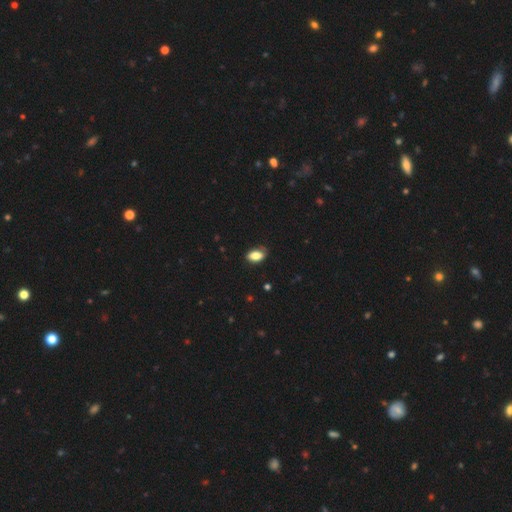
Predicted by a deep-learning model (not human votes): smooth_or_featured: smooth (p=0.84) [alt: featured or disk p=0.08]
how_rounded: in between (p=0.91) [alt: round p=0.06]
merging: none (p=0.74) [alt: minor disturbance p=0.21]